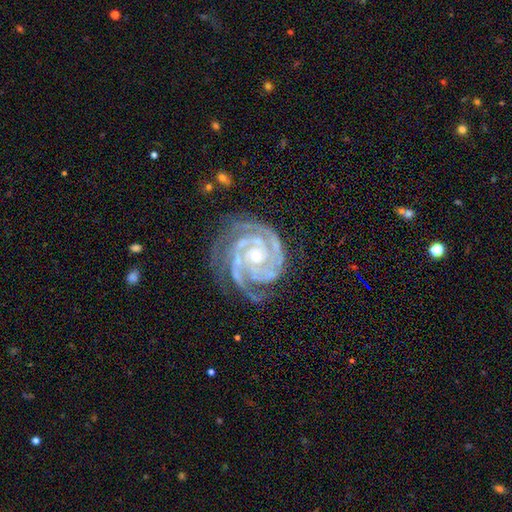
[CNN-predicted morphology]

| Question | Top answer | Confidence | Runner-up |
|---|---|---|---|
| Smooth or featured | featured or disk | 93% | star or artifact (4%) |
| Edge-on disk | no | 98% | yes (2%) |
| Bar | no | 75% | weak (16%) |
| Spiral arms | yes | 99% | no (1%) |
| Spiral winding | tight | 80% | medium (18%) |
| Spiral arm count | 3 | 40% | 2 (29%) |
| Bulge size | small | 65% | moderate (31%) |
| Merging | none | 69% | minor disturbance (21%) |